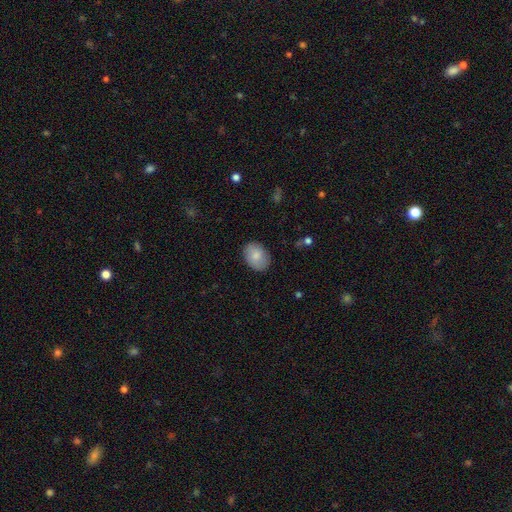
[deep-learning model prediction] Smooth or featured? Predicted: smooth (p=0.83). How rounded? Predicted: in between (p=0.73). Merging? Predicted: none (p=0.85).